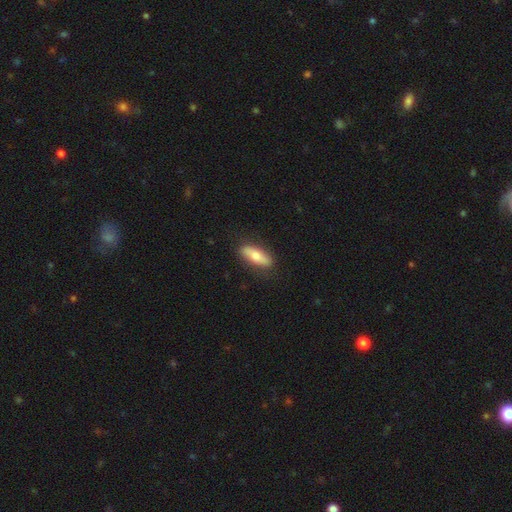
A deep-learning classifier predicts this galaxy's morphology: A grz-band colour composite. It shows a smooth galaxy with no disk features (66%) that is in between round and cigar-shaped (53%). Merging: none (86%).